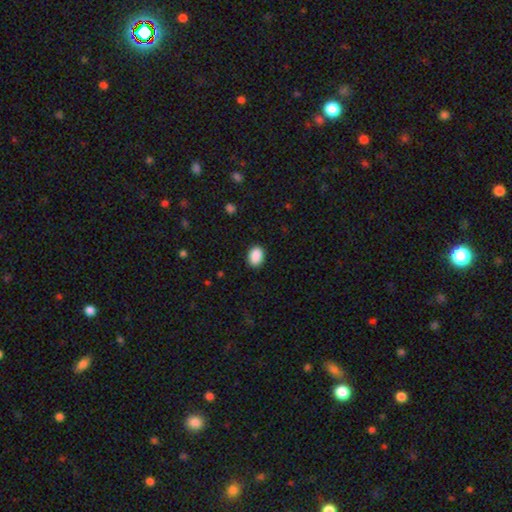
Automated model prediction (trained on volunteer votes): This is clearly a smooth galaxy (90%). How rounded: likely in between (74%). Merging: clearly none (89%).